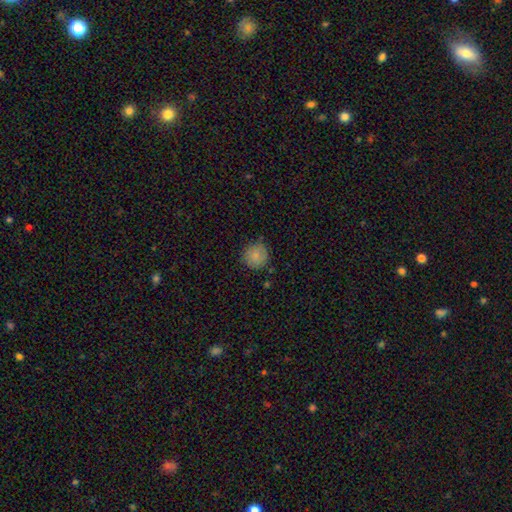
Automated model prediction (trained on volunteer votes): Overall: smooth (84%). How rounded: round (92%). Merging: none (83%).